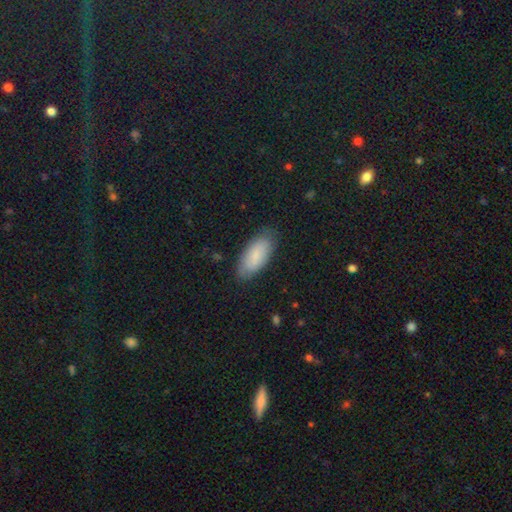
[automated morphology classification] smooth_or_featured: smooth (p=0.80) [alt: featured or disk p=0.14]
how_rounded: in between (p=0.87) [alt: cigar-shaped p=0.11]
merging: none (p=0.81) [alt: minor disturbance p=0.15]